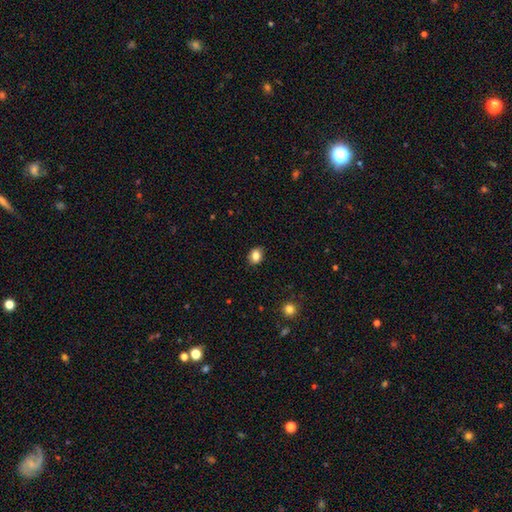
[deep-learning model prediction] This is clearly a smooth galaxy (84%). How rounded: likely in between (61%). Merging: clearly none (88%).